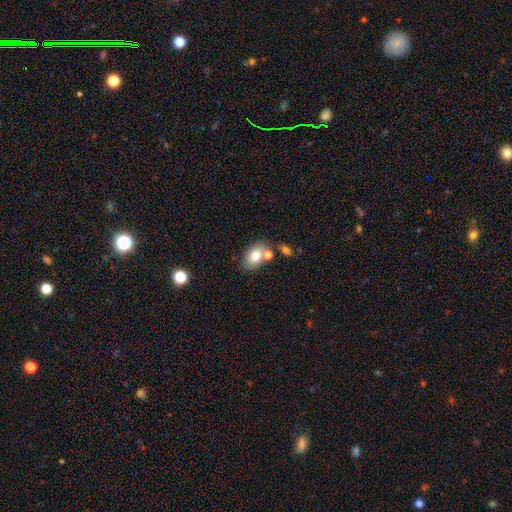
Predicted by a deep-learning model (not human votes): Smooth or featured? smooth (78%)
How rounded? in between (86%)
Merging? none (59%)